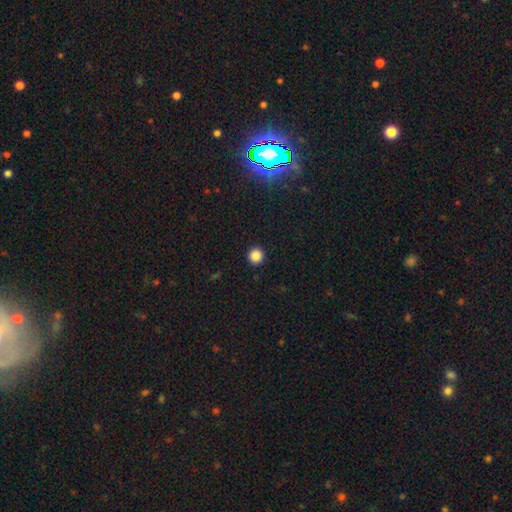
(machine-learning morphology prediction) This is clearly a smooth galaxy (87%). How rounded: clearly round (95%). Merging: clearly none (93%).